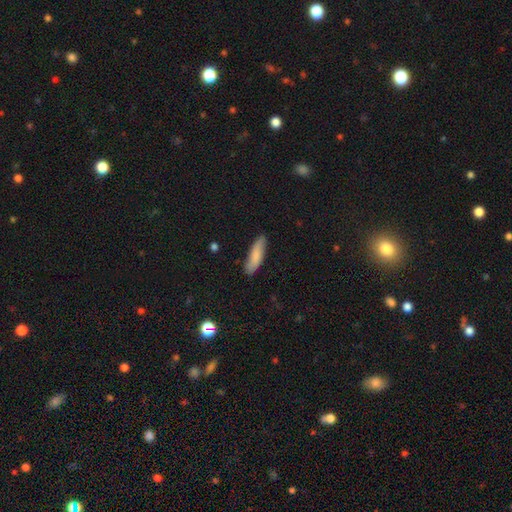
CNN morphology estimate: A smooth galaxy with no disk features (80%) that is cigar-shaped (63%).

Vote fractions:
- Smooth or featured? smooth: 80% / featured or disk: 14% / star or artifact: 6%
- How rounded? cigar-shaped: 63% / in between: 35% / round: 2%
- Merging? none: 83% / minor disturbance: 13% / major disturbance: 2% / merger: 1%